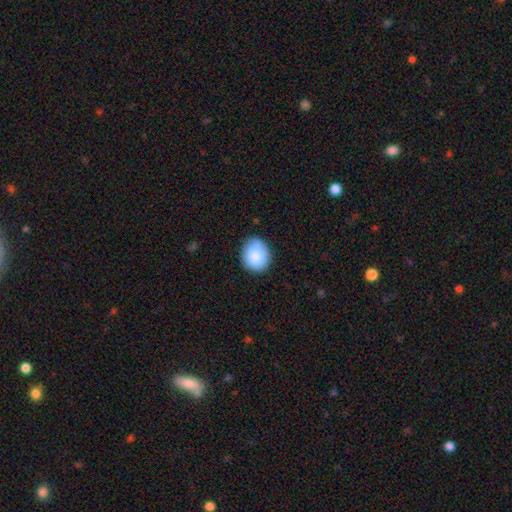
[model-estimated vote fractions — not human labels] Morphology: type=smooth (86%); roundness=round (68%); merging=none (80%).